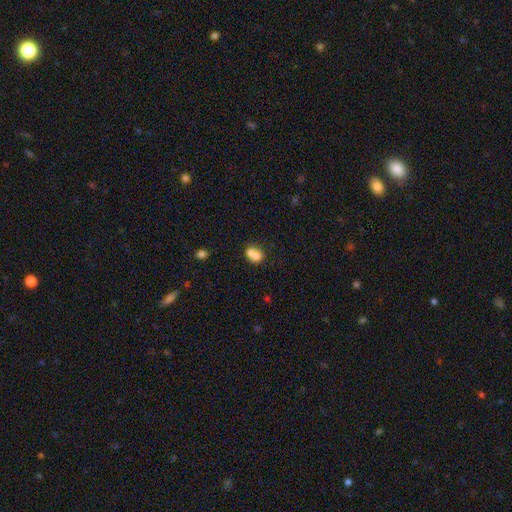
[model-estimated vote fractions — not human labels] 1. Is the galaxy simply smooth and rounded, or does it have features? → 74% smooth, 16% featured or disk, 10% star or artifact.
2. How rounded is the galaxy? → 57% in between, 41% round, 2% cigar-shaped.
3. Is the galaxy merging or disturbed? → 55% merger, 30% none, 11% minor disturbance, 5% major disturbance.